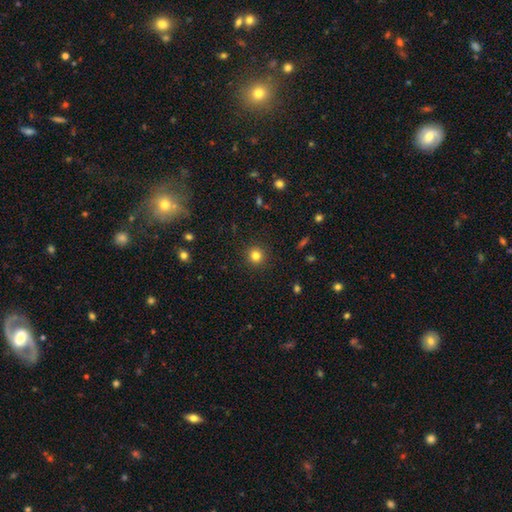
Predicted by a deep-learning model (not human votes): A smooth galaxy with no disk features (82%) that is round (93%).

Vote fractions:
- Smooth or featured? smooth: 82% / star or artifact: 13% / featured or disk: 6%
- How rounded? round: 93% / in between: 6% / cigar-shaped: 1%
- Merging? none: 92% / minor disturbance: 5% / major disturbance: 2% / merger: 1%